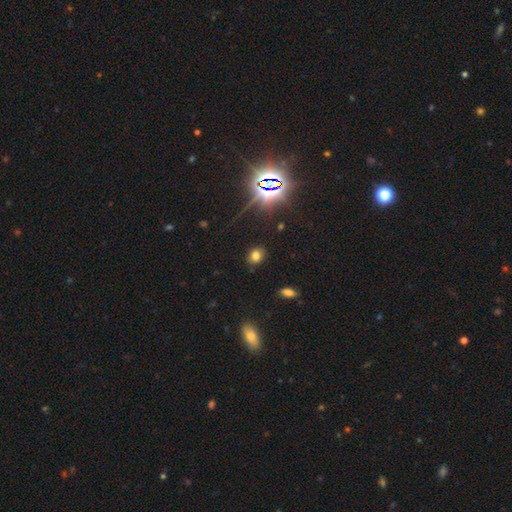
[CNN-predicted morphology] Smooth or featured?
  - smooth: 72% *
  - star or artifact: 21%
  - featured or disk: 8%
How rounded?
  - round: 57% *
  - in between: 41%
  - cigar-shaped: 1%
Merging?
  - none: 86% *
  - minor disturbance: 9%
  - major disturbance: 3%
  - merger: 2%